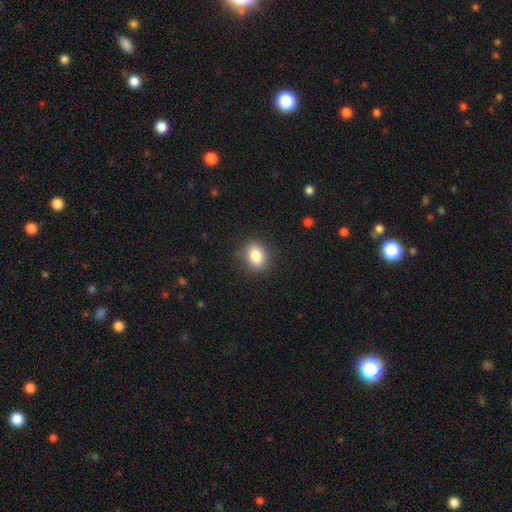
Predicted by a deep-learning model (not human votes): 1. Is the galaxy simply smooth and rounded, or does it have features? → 85% smooth, 9% star or artifact, 6% featured or disk.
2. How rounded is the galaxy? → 58% in between, 41% round, 1% cigar-shaped.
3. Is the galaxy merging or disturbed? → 87% none, 10% minor disturbance, 3% major disturbance, 1% merger.